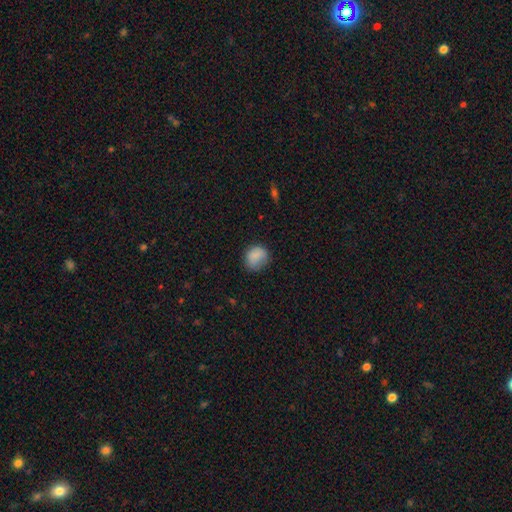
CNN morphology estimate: smooth 84%, star or artifact 9%, featured or disk 7%. Down the decision tree: how rounded — round (71%); merging — none (69%).